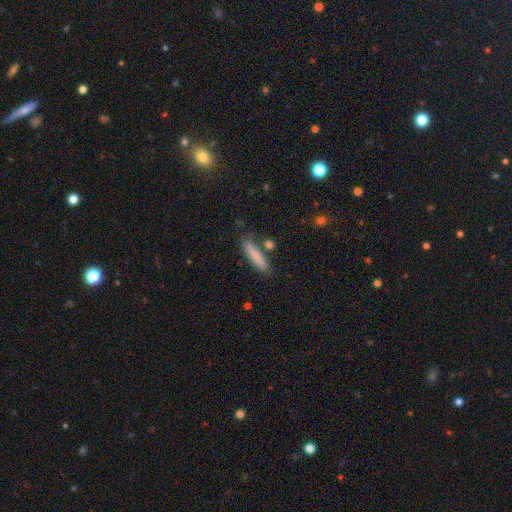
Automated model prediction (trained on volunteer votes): Smooth or featured: smooth — 81% (featured or disk — 12%)
How rounded: cigar-shaped — 84% (in between — 14%)
Merging: none — 78% (minor disturbance — 13%)